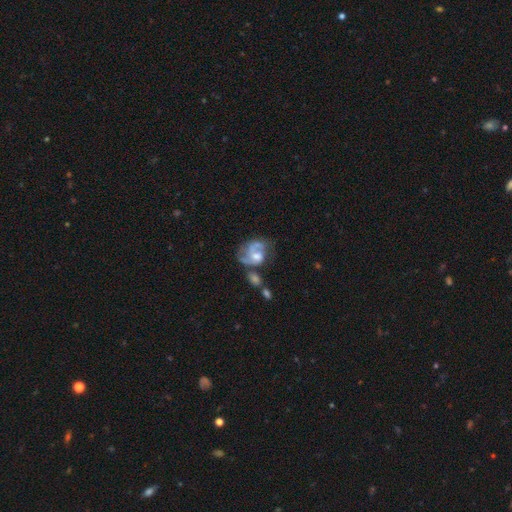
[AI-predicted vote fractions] A featured or disk galaxy (70%) with no bar (67%), 2 (59%) medium (46%) spiral arms (81%) and a moderate central bulge (49%). Merging: none (33%).